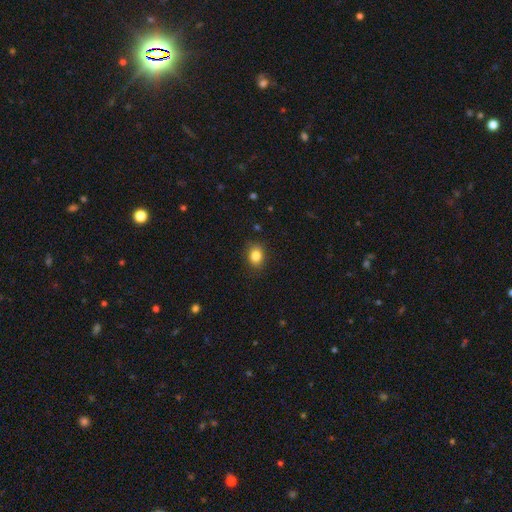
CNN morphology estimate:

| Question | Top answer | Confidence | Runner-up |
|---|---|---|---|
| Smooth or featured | smooth | 84% | star or artifact (10%) |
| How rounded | round | 51% | in between (48%) |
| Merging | none | 84% | minor disturbance (12%) |